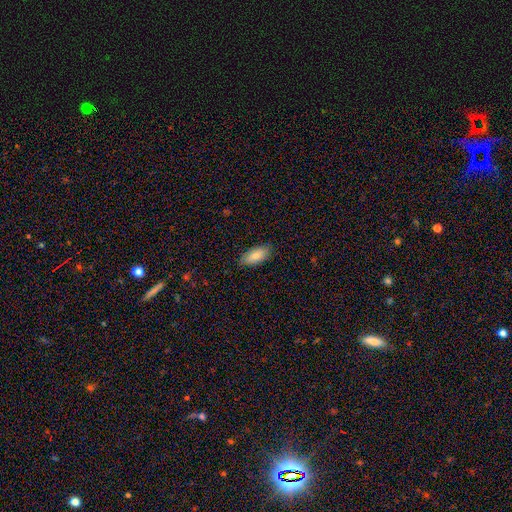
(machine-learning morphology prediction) Smooth or featured: smooth — 82% (featured or disk — 12%)
How rounded: in between — 90% (cigar-shaped — 8%)
Merging: none — 84% (minor disturbance — 13%)